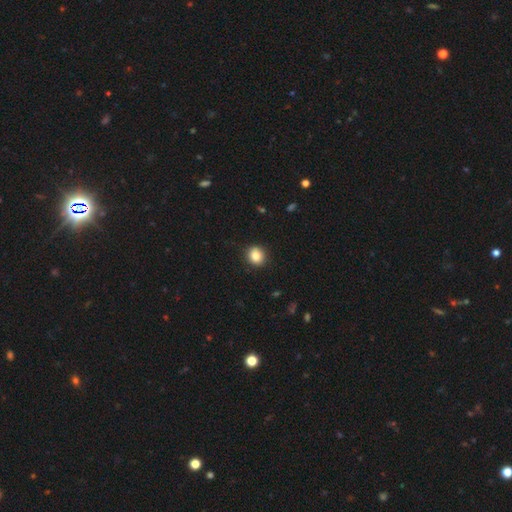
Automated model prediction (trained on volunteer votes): smooth 85%, star or artifact 10%, featured or disk 5%. Down the decision tree: how rounded — round (76%); merging — none (90%).